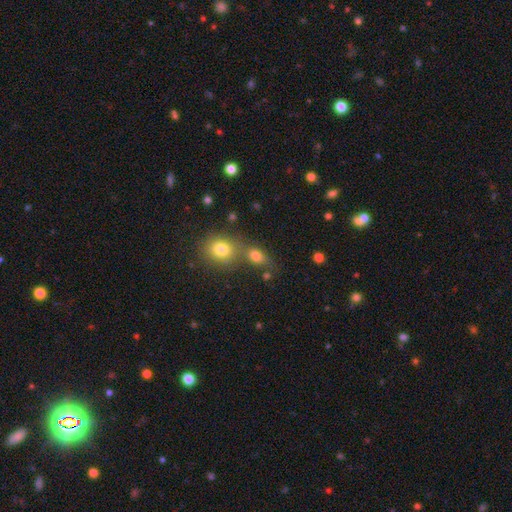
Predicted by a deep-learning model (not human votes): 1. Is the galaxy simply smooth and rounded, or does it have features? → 76% smooth, 14% star or artifact, 10% featured or disk.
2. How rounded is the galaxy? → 61% in between, 35% round, 4% cigar-shaped.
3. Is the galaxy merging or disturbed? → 47% none, 36% merger, 11% minor disturbance, 5% major disturbance.